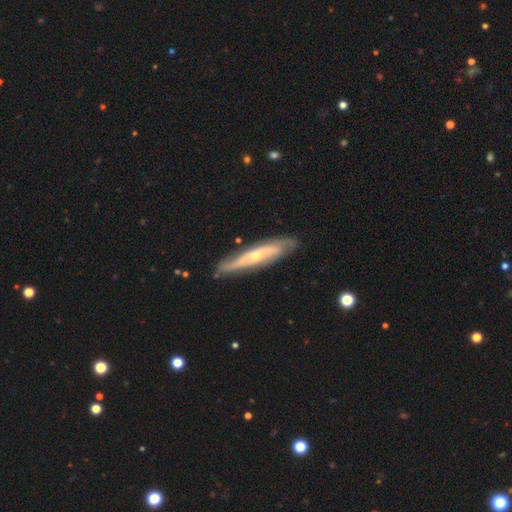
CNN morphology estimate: This appears to be a featured or disk galaxy (72%). Merging: none (79%).